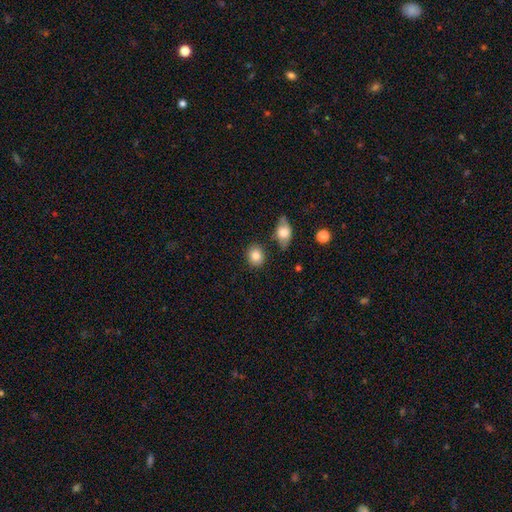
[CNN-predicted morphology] A smooth galaxy with no disk features (83%) that is round (65%). Merging: none (81%).